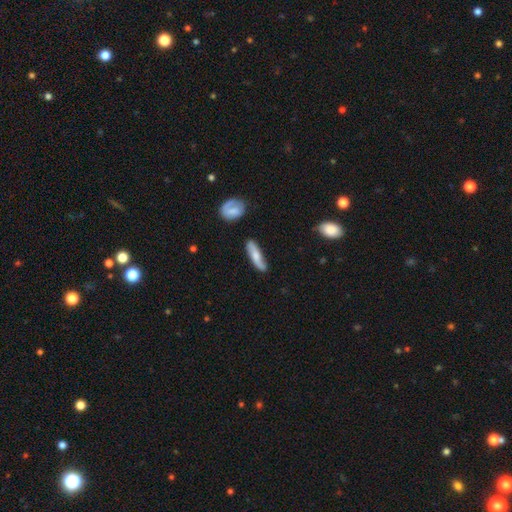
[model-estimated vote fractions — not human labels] smooth 61%, featured or disk 33%, star or artifact 6%. Down the decision tree: how rounded — cigar-shaped (67%); merging — none (69%).